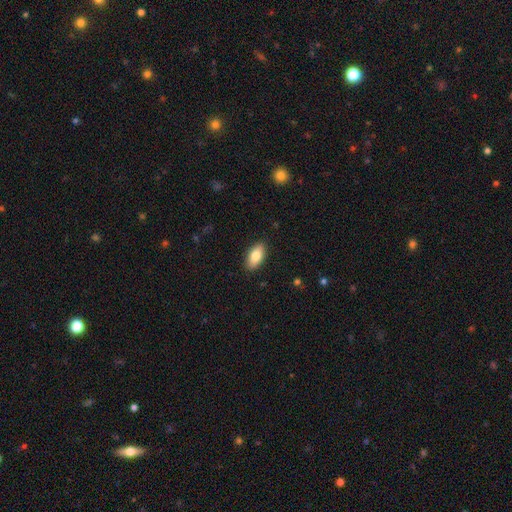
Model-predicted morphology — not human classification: Smooth or featured?
  - smooth: 82% *
  - featured or disk: 12%
  - star or artifact: 6%
How rounded?
  - in between: 91% *
  - cigar-shaped: 6%
  - round: 3%
Merging?
  - none: 89% *
  - minor disturbance: 8%
  - major disturbance: 2%
  - merger: 1%